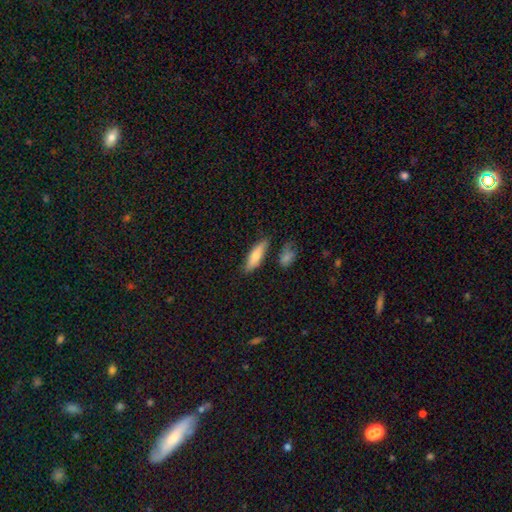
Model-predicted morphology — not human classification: This is likely a smooth galaxy (70%). How rounded: possibly cigar-shaped (50%). Merging: likely none (71%).